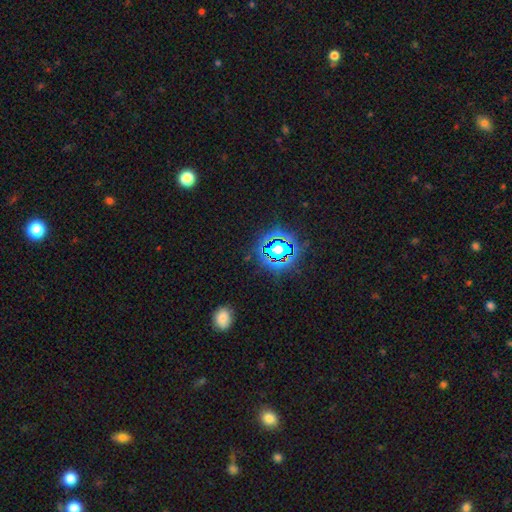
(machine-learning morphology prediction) Smooth or featured: star or artifact — 77% (smooth — 15%)